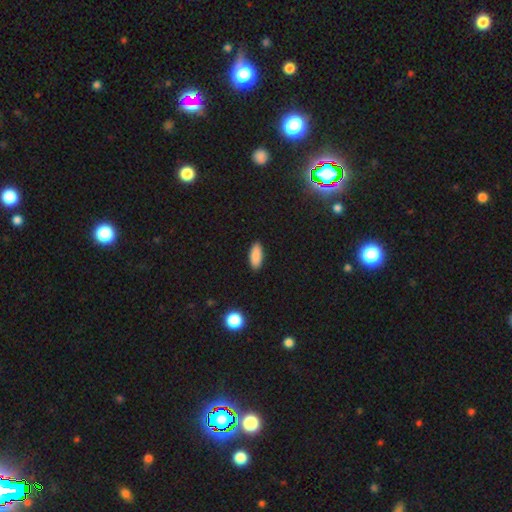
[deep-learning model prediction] Overall: smooth (89%). How rounded: in between (80%). Merging: none (90%).